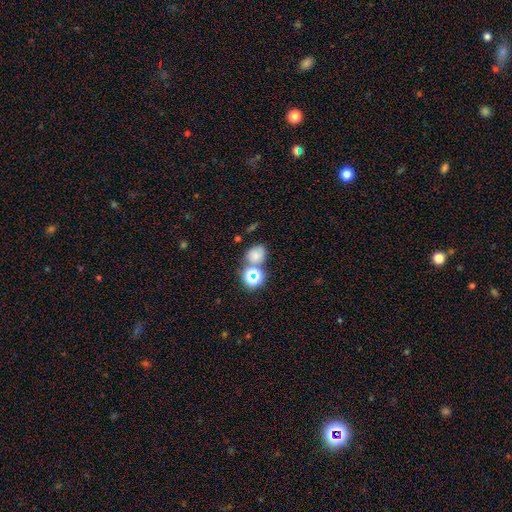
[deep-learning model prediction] smooth_or_featured: smooth (p=0.69) [alt: star or artifact p=0.23]
how_rounded: round (p=0.55) [alt: in between p=0.44]
merging: none (p=0.60) [alt: merger p=0.24]